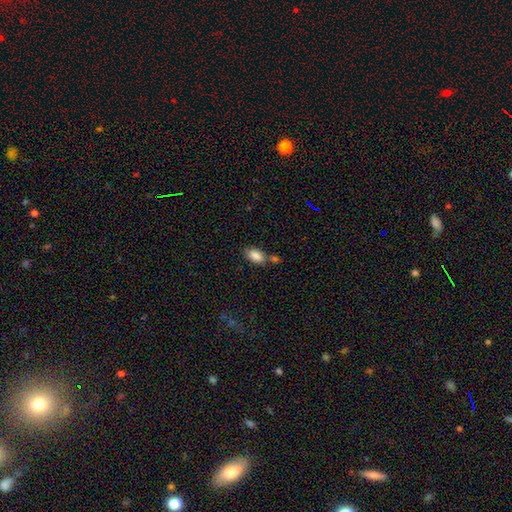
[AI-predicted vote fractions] The model was most divided on "merging": none: 62%, merger: 19%, minor disturbance: 15%, major disturbance: 4%. More confident: how rounded — in between (92%); smooth or featured — smooth (86%).